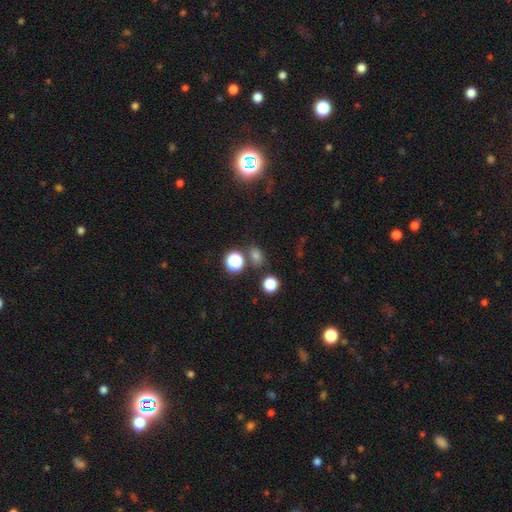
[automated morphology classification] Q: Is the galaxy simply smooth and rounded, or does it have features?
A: smooth — 69%.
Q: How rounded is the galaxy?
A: in between — 51%.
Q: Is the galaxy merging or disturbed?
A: none — 75%.